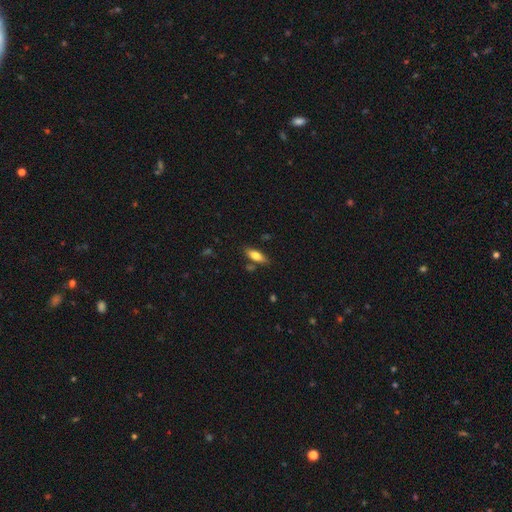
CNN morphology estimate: type=smooth (74%); roundness=in between (67%); merging=none (78%).